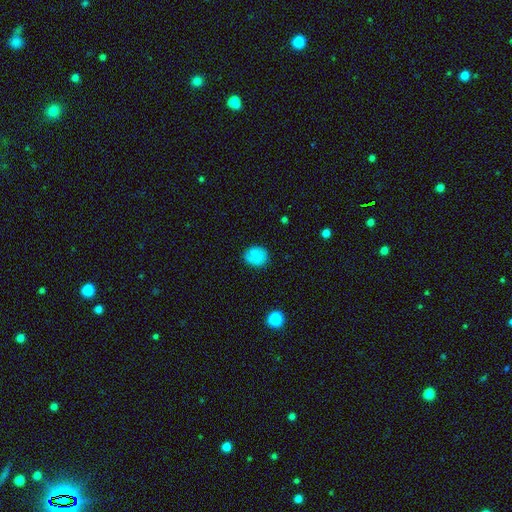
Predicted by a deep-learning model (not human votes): Smooth or featured? smooth (78%)
How rounded? round (67%)
Merging? none (75%)